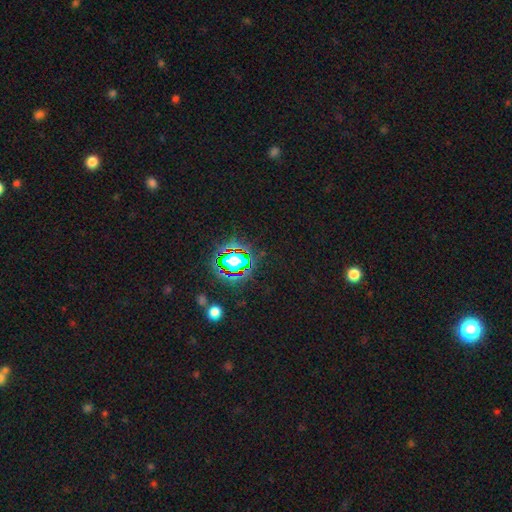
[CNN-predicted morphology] Overall: star or artifact (81%).